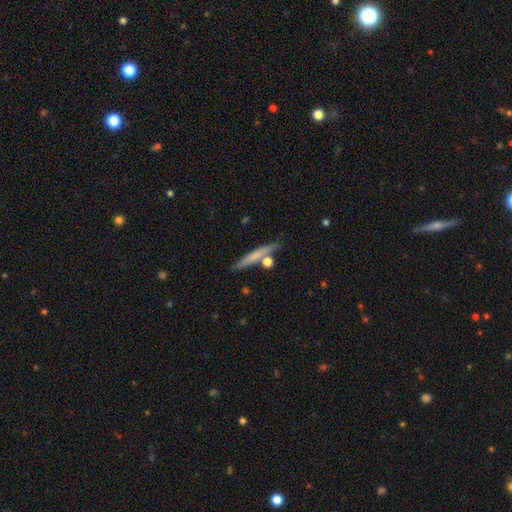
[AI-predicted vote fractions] Smooth or featured: smooth — 57% (featured or disk — 36%)
How rounded: cigar-shaped — 91% (in between — 5%)
Merging: none — 77% (minor disturbance — 11%)